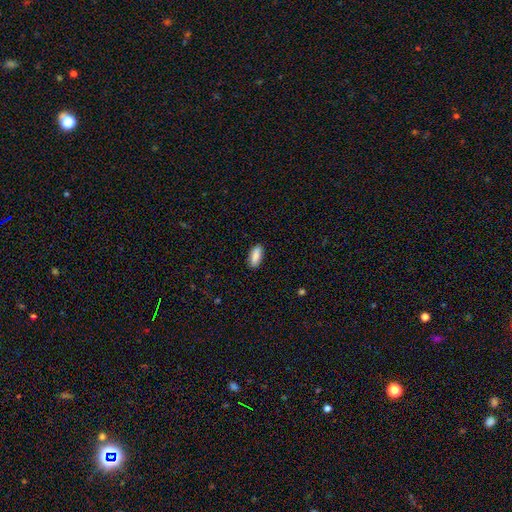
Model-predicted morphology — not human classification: A smooth galaxy with no disk features (89%) that is in between round and cigar-shaped (79%).

Vote fractions:
- Smooth or featured? smooth: 89% / star or artifact: 6% / featured or disk: 5%
- How rounded? in between: 79% / cigar-shaped: 19% / round: 2%
- Merging? none: 89% / minor disturbance: 8% / major disturbance: 2% / merger: 1%